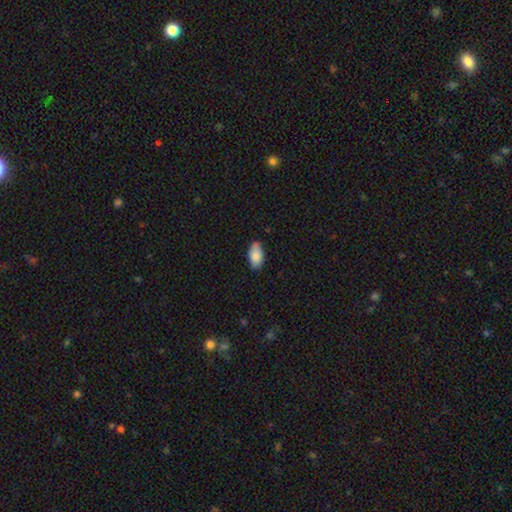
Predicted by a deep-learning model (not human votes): This is clearly a smooth galaxy (84%). How rounded: clearly in between (93%). Merging: likely none (79%).